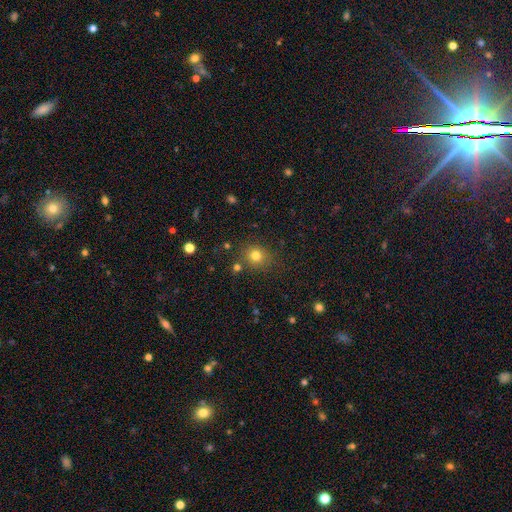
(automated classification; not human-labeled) smooth_or_featured: smooth (p=0.77) [alt: star or artifact p=0.15]
how_rounded: round (p=0.83) [alt: in between p=0.16]
merging: none (p=0.81) [alt: minor disturbance p=0.10]